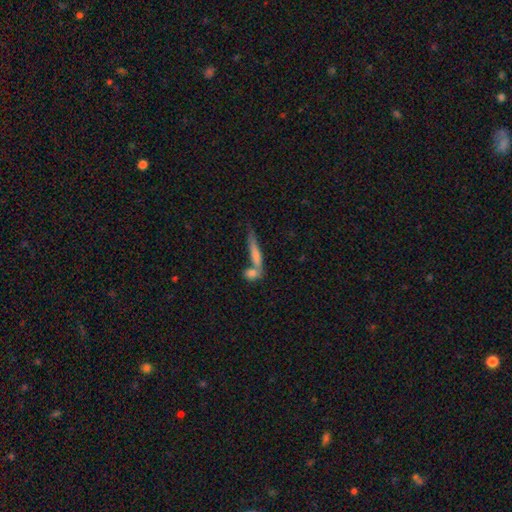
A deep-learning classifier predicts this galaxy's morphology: The model was most divided on "merging": none: 44%, merger: 37%, minor disturbance: 12%, major disturbance: 7%. More confident: how rounded — cigar-shaped (81%); smooth or featured — smooth (59%).